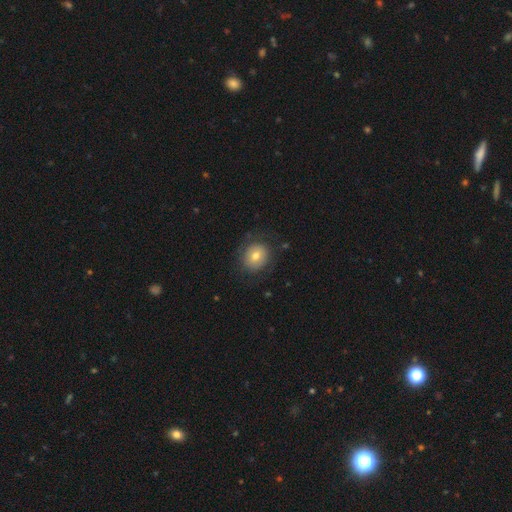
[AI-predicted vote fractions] Smooth or featured: smooth — 66% (featured or disk — 25%)
How rounded: round — 74% (in between — 25%)
Merging: none — 76% (minor disturbance — 15%)